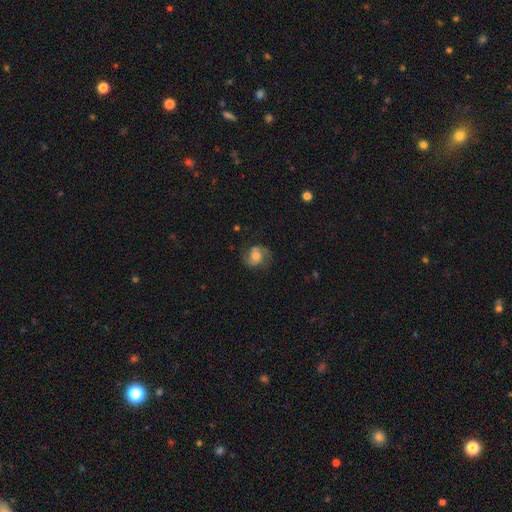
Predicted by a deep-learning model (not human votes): This appears to be a featured or disk galaxy (60%) with no bar (63%), 2 (87%) medium (49%) spiral arms (91%) and a moderate central bulge (46%). Merging: none (71%).